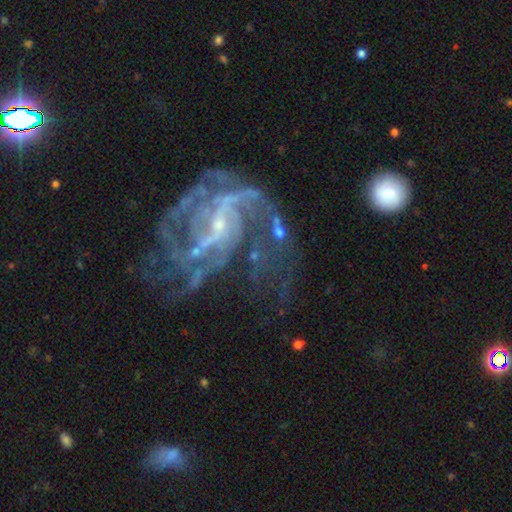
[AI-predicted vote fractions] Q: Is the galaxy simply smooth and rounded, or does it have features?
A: featured or disk — 87%.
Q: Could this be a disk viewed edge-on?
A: no — 98%.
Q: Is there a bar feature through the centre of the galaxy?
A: weak — 42%.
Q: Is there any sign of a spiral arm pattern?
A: yes — 95%.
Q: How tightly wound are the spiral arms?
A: medium — 48%.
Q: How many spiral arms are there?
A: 2 — 29%.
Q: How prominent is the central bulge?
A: small — 73%.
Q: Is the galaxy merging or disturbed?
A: none — 48%.